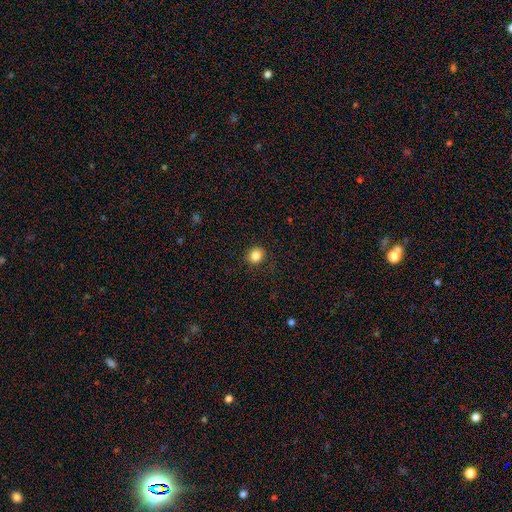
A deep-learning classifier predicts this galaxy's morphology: Smooth or featured? smooth (85%)
How rounded? round (78%)
Merging? none (89%)